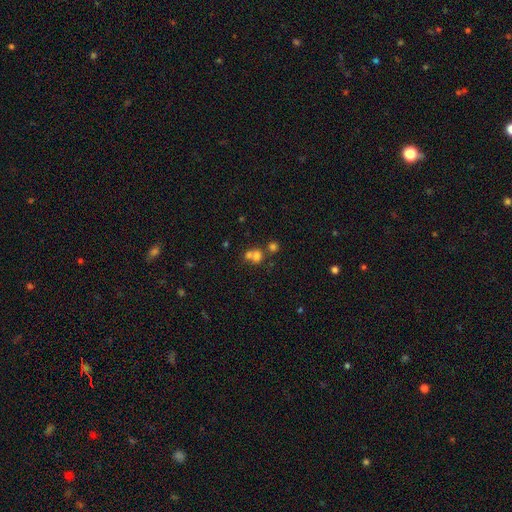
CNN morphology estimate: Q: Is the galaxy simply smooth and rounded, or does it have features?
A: smooth — 69%.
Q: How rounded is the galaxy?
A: round — 81%.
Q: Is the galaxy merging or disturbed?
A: merger — 51%.